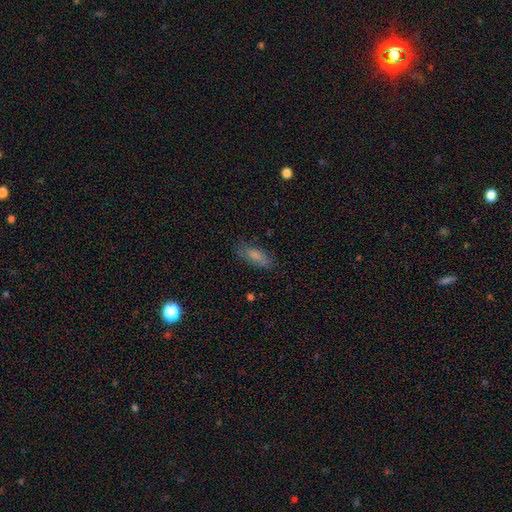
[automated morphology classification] smooth 76%, featured or disk 15%, star or artifact 9%. Down the decision tree: how rounded — in between (69%); merging — none (75%).